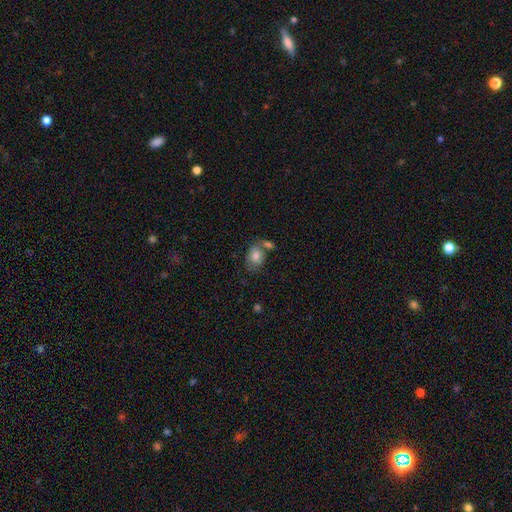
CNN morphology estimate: A smooth galaxy with no disk features (80%) that is in between round and cigar-shaped (64%). Merging: none (49%).